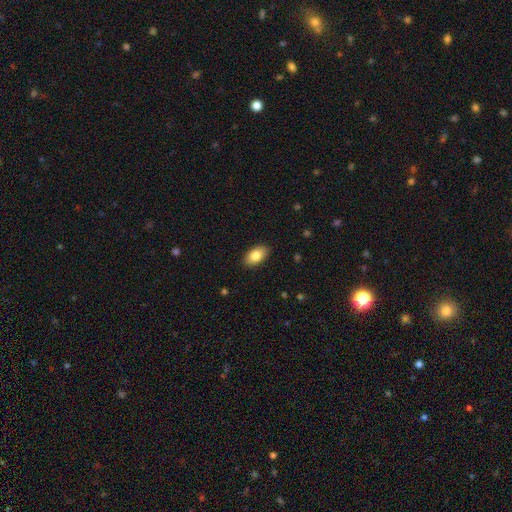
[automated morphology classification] The model was most divided on "smooth or featured": smooth: 83%, featured or disk: 10%, star or artifact: 7%. More confident: how rounded — in between (92%); merging — none (88%).